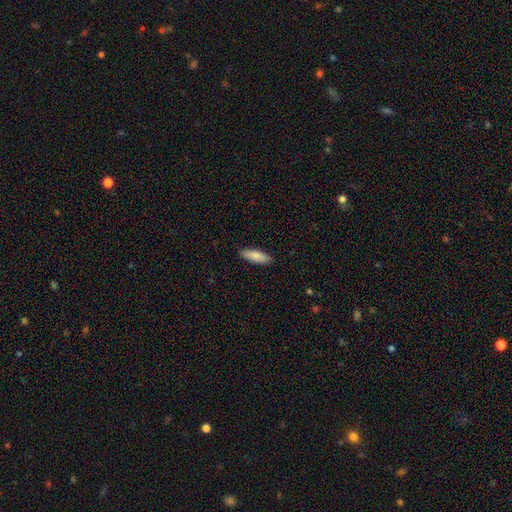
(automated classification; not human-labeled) This appears to be a smooth galaxy with no disk features (84%) that is in between round and cigar-shaped (52%). Merging: none (89%).